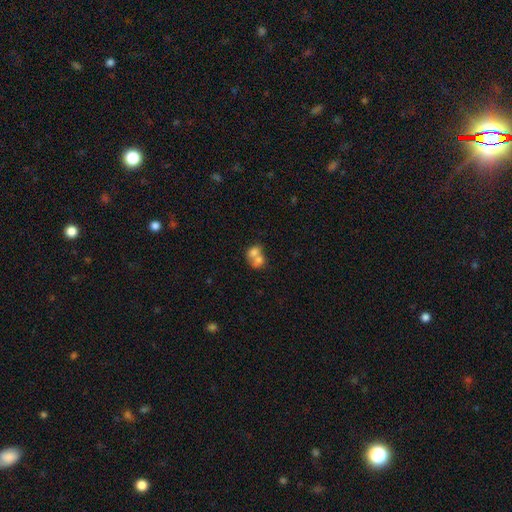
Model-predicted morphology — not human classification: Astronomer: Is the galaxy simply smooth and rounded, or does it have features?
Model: smooth — 69%.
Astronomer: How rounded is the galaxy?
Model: round — 50% (runner-up: in between, 49%).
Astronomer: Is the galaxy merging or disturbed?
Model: merger — 74%.